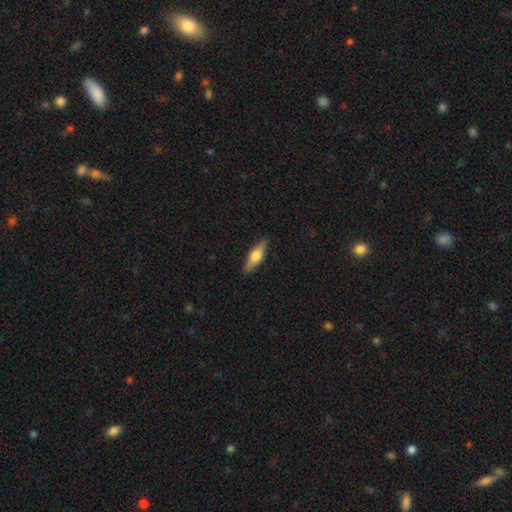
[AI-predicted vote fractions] A smooth galaxy with no disk features (51%) that is cigar-shaped (51%). Merging: none (87%).